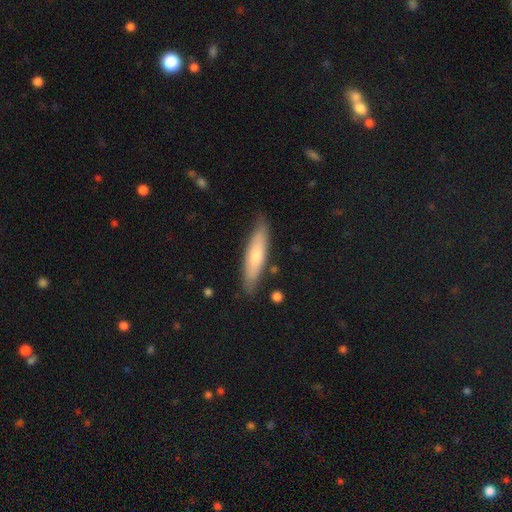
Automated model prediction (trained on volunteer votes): Overall: smooth (63%; featured or disk 32%). How rounded: cigar-shaped (77%). Merging: none (83%).